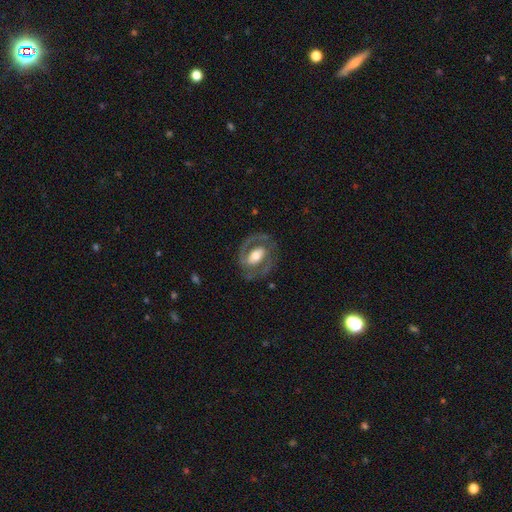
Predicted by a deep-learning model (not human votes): Overall: featured or disk (82%). Edge-on disk: no (96%). Bar: strong (39%; weak 35%). Spiral arms: yes (86%). Spiral arm count: 2 (85%). Spiral winding: medium (51%; tight 35%). Bulge size: moderate (61%). Merging: none (76%).